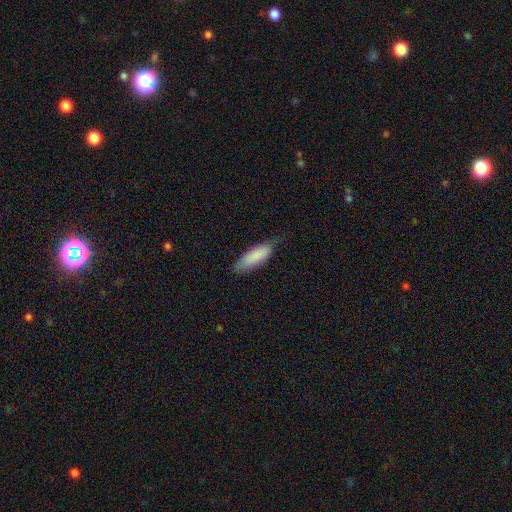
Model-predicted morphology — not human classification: Overall: smooth (85%). How rounded: in between (57%; cigar-shaped 42%). Merging: none (63%; minor disturbance 29%).